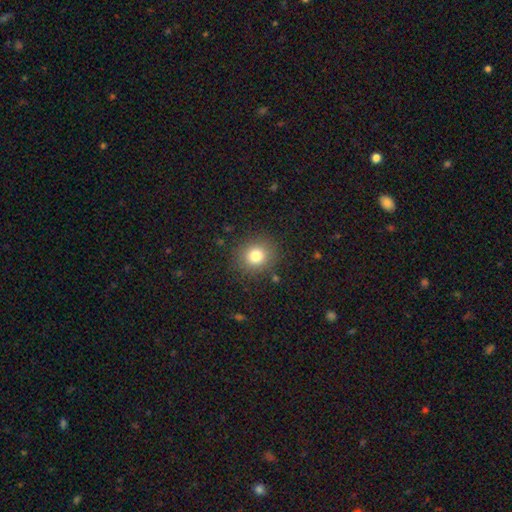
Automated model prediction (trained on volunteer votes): Smooth or featured? Predicted: smooth (p=0.80). How rounded? Predicted: round (p=0.83). Merging? Predicted: none (p=0.87).